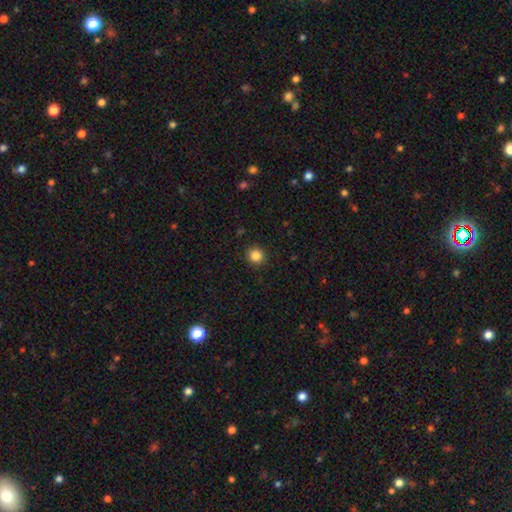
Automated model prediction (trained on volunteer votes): Smooth or featured: smooth — 85% (star or artifact — 11%)
How rounded: round — 93% (in between — 6%)
Merging: none — 92% (minor disturbance — 5%)